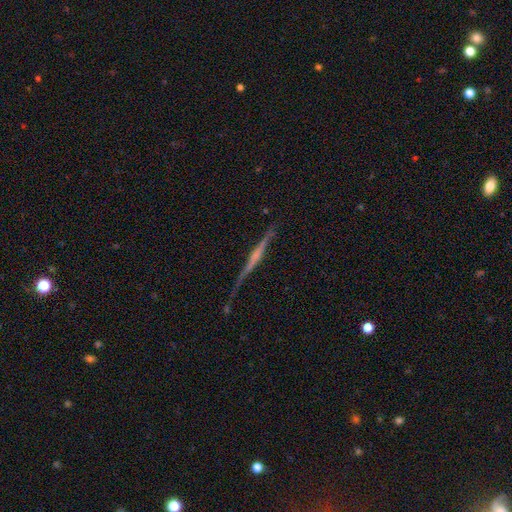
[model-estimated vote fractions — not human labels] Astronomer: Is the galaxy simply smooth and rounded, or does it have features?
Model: featured or disk — 75%.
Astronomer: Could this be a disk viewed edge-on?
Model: yes — 97%.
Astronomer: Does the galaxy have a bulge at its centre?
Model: rounded — 40% (runner-up: none, 38%).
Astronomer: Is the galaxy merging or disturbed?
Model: none — 77%.